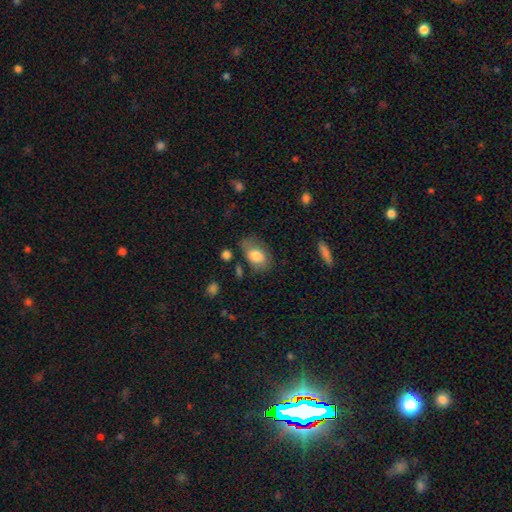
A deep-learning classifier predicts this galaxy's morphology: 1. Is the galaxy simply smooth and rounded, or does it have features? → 77% smooth, 16% featured or disk, 7% star or artifact.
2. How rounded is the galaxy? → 86% in between, 12% round, 1% cigar-shaped.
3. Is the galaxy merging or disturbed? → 58% none, 27% minor disturbance, 11% major disturbance, 4% merger.